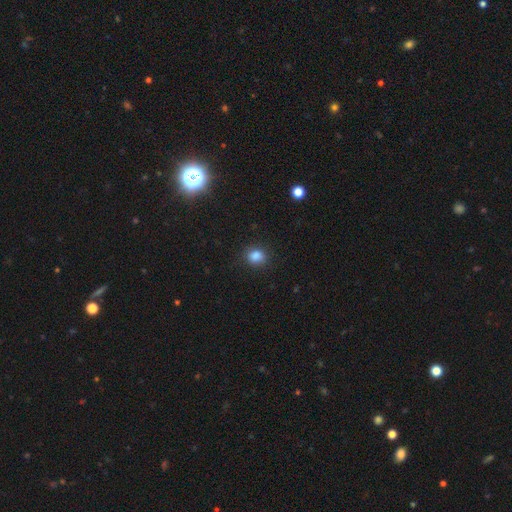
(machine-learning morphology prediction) A smooth galaxy with no disk features (84%) that is round (60%). Merging: none (84%).